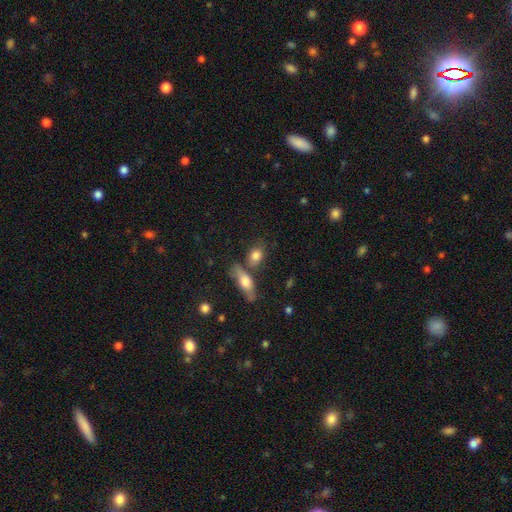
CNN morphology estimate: Smooth or featured?
  - smooth: 80% *
  - featured or disk: 12%
  - star or artifact: 8%
How rounded?
  - in between: 65% *
  - round: 29%
  - cigar-shaped: 6%
Merging?
  - none: 60% *
  - merger: 21%
  - minor disturbance: 14%
  - major disturbance: 5%